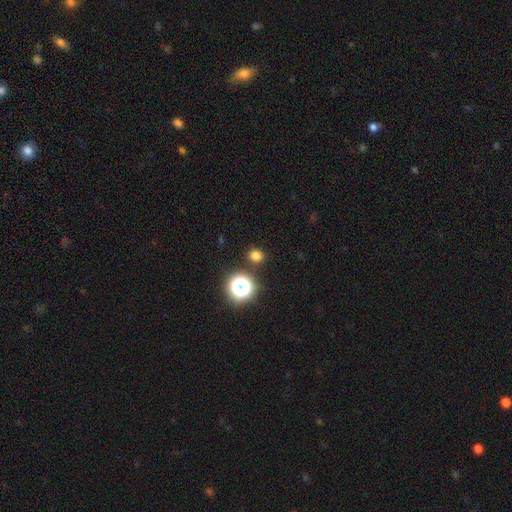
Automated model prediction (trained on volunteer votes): Q: Smooth or featured?
A: smooth (74%); runner-up: star or artifact (21%)
Q: How rounded?
A: round (77%); runner-up: in between (22%)
Q: Merging?
A: none (86%); runner-up: minor disturbance (7%)